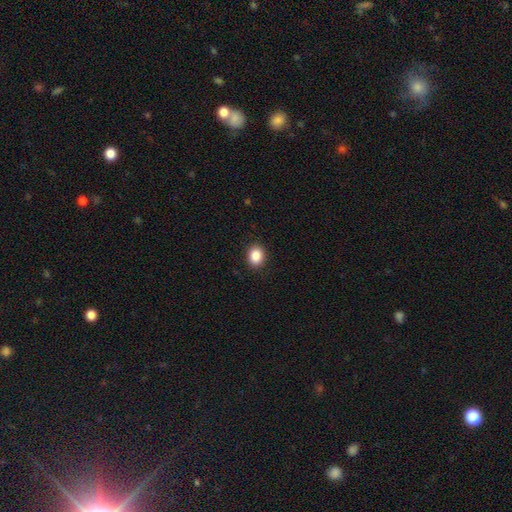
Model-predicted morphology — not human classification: smooth 88%, star or artifact 9%, featured or disk 3%. Down the decision tree: how rounded — round (50%); merging — none (90%).